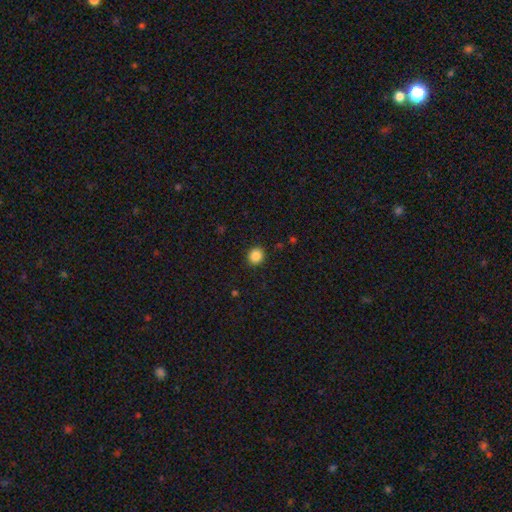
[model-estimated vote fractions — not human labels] smooth 86%, star or artifact 10%, featured or disk 4%. Down the decision tree: how rounded — round (85%); merging — none (91%).